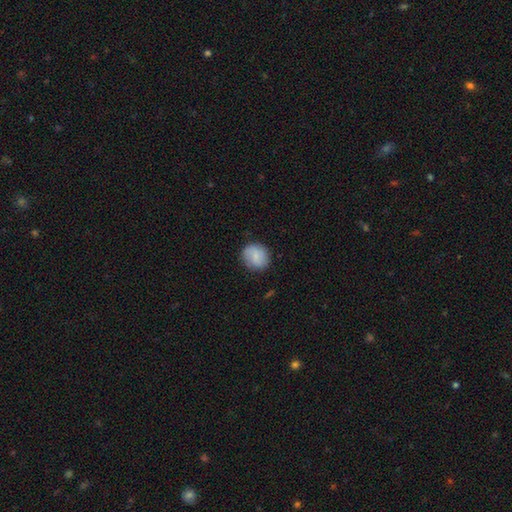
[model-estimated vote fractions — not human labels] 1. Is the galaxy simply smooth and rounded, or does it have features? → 75% smooth, 18% featured or disk, 7% star or artifact.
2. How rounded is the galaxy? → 82% round, 17% in between, 1% cigar-shaped.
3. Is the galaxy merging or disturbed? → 83% none, 13% minor disturbance, 3% major disturbance, 1% merger.